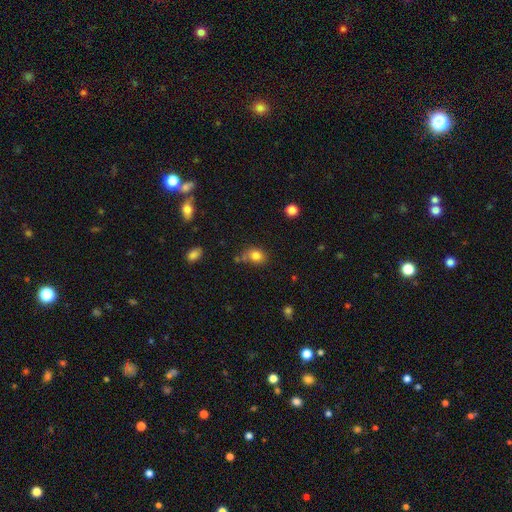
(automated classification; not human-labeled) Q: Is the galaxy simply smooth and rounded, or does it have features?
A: smooth — 82%.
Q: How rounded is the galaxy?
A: in between — 54%.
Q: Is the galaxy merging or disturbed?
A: none — 63%.